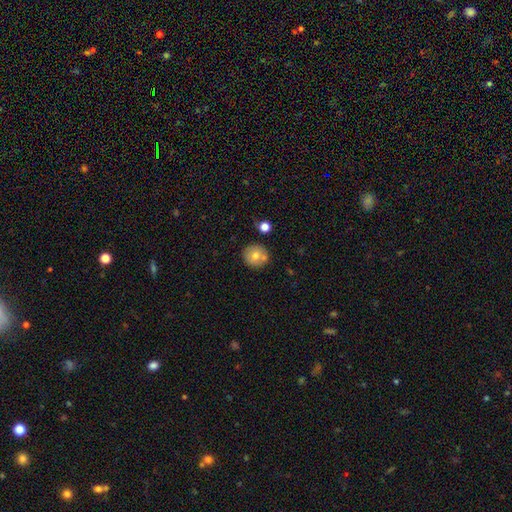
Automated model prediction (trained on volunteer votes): Smooth or featured? smooth (71%)
How rounded? round (93%)
Merging? none (74%)